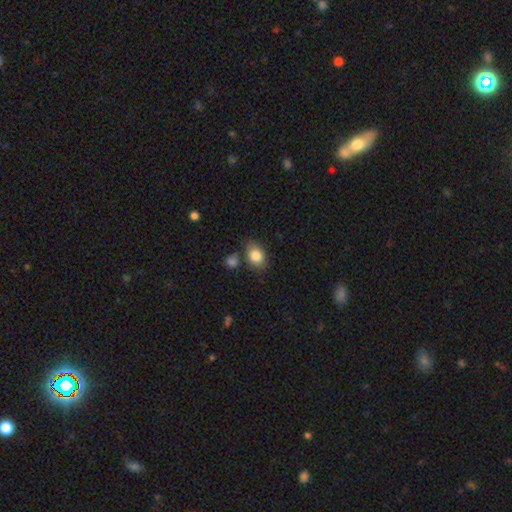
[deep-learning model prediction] smooth 84%, star or artifact 8%, featured or disk 7%. Down the decision tree: how rounded — in between (71%); merging — none (69%).